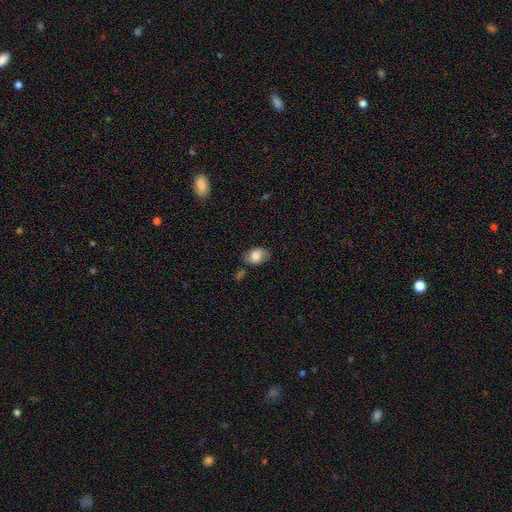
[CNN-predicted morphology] Smooth or featured? smooth (74%)
How rounded? in between (84%)
Merging? none (70%)